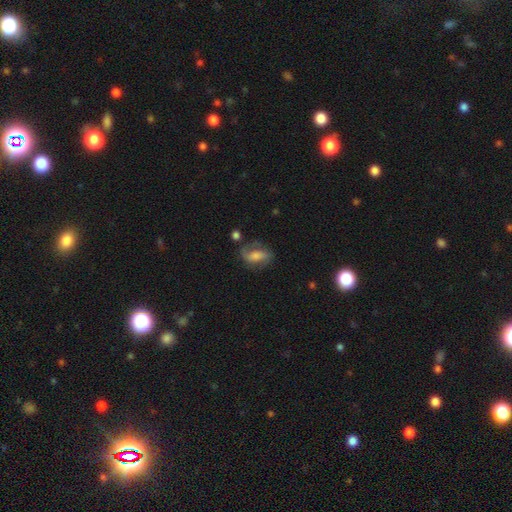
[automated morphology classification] featured or disk 55%, smooth 36%, star or artifact 9%. Down the decision tree: edge-on disk — no (94%); bar — no (37%, tied with weak); spiral arms — yes (84%); bulge size — moderate (34%); merging — none (58%).